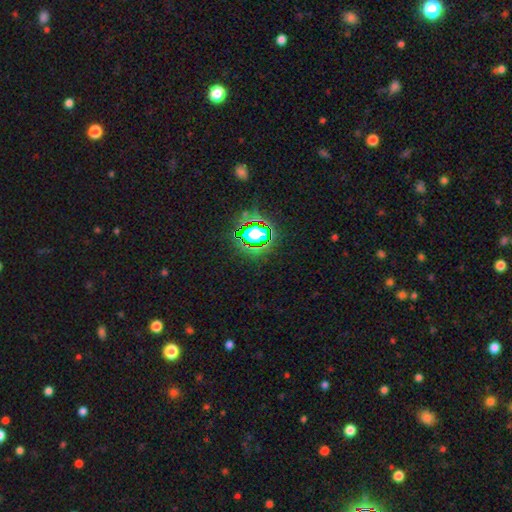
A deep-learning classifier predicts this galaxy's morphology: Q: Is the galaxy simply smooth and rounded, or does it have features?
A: star or artifact — 81%.